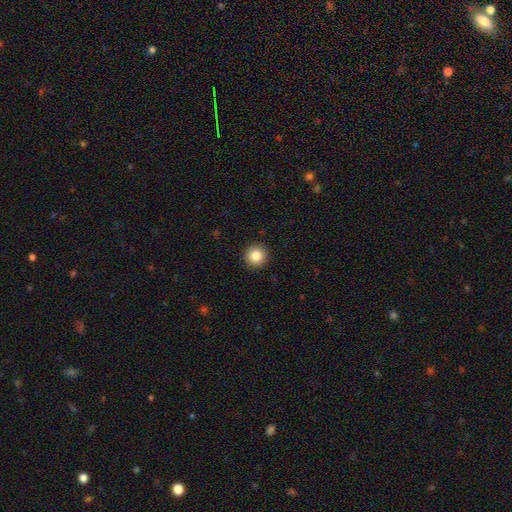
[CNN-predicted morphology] type=smooth (85%); roundness=round (94%); merging=none (92%).